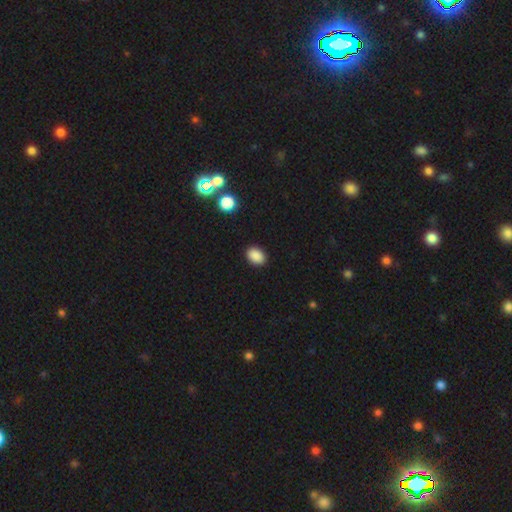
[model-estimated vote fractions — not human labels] Smooth or featured: smooth — 88% (star or artifact — 10%)
How rounded: in between — 74% (round — 25%)
Merging: none — 90% (minor disturbance — 7%)